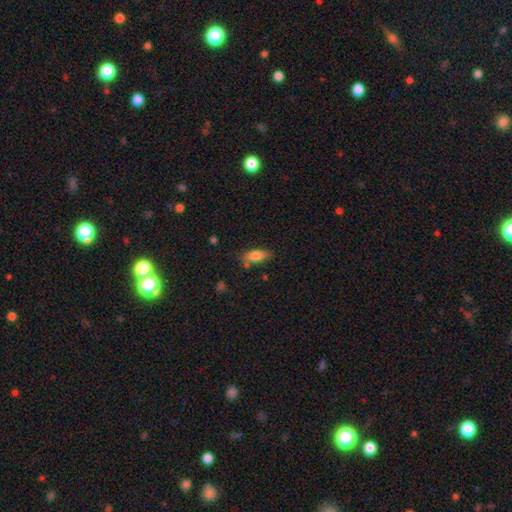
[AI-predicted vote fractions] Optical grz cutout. It shows a smooth galaxy with no disk features (77%) that is in between round and cigar-shaped (77%). Merging: none (74%).